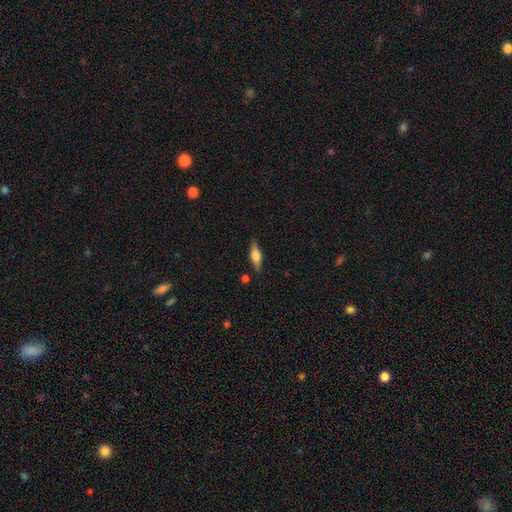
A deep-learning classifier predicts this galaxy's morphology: smooth-or-featured: smooth: 48% | featured or disk: 45% | star or artifact: 7%
  merging: none: 84% | minor disturbance: 11% | major disturbance: 3% | merger: 2%